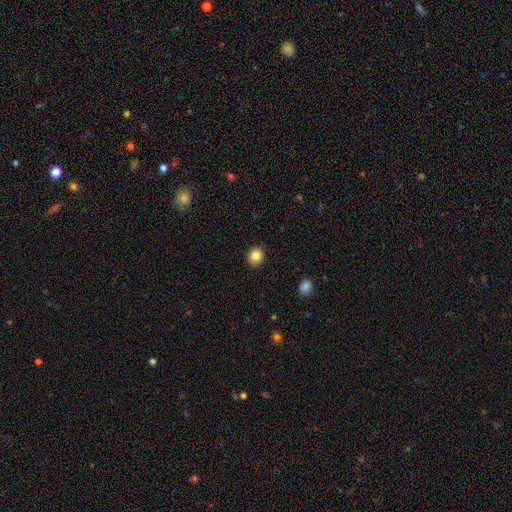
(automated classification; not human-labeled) Smooth or featured? smooth (84%)
How rounded? round (83%)
Merging? none (91%)